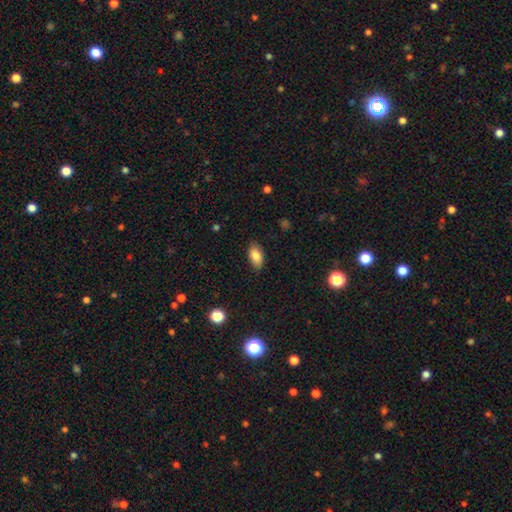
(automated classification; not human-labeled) Smooth or featured? Predicted: smooth (p=0.85). How rounded? Predicted: in between (p=0.91). Merging? Predicted: none (p=0.84).